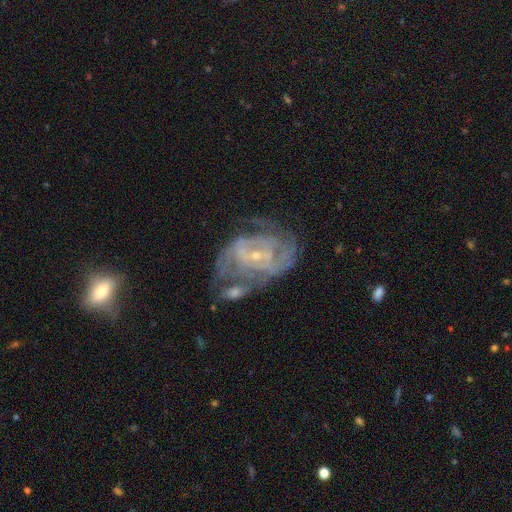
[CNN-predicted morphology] Smooth or featured? featured or disk (81%)
Edge-on disk? no (96%)
Bar? no (43%)
Spiral arms? yes (83%)
Spiral winding? tight (54%)
Spiral arm count? can't tell (45%)
Bulge size? small (77%)
Merging? none (36%)